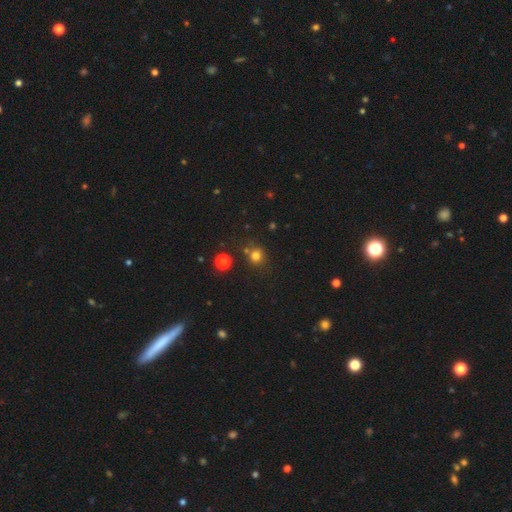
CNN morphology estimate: The model was most divided on "smooth or featured": smooth: 76%, star or artifact: 18%, featured or disk: 6%. More confident: how rounded — round (86%); merging — none (73%).